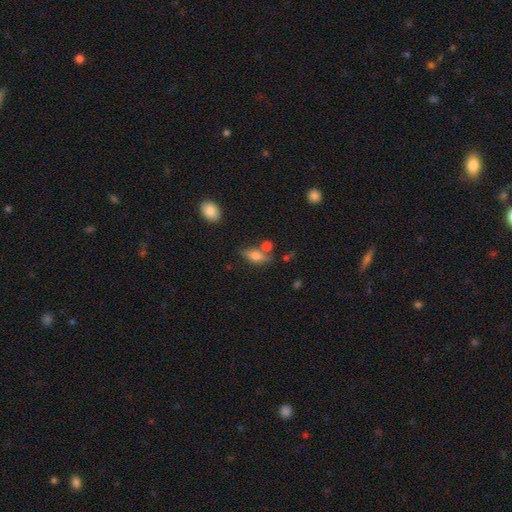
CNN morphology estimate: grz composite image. It shows a smooth galaxy with no disk features (62%) that is in between round and cigar-shaped (67%). Merging: none (65%).